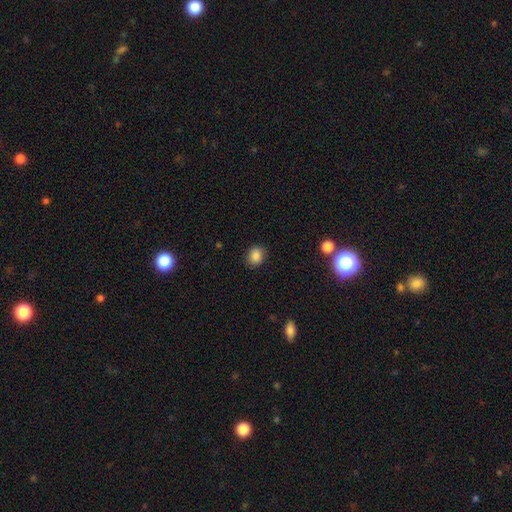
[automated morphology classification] Smooth or featured? Predicted: smooth (p=0.86). How rounded? Predicted: round (p=0.54). Merging? Predicted: none (p=0.86).